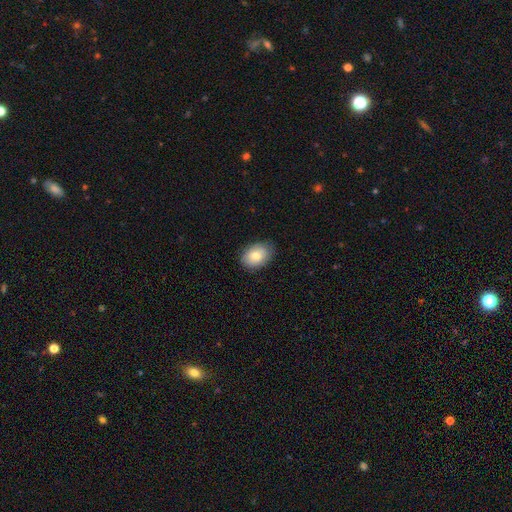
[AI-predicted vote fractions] smooth 82%, featured or disk 12%, star or artifact 7%. Down the decision tree: how rounded — in between (80%); merging — none (84%).